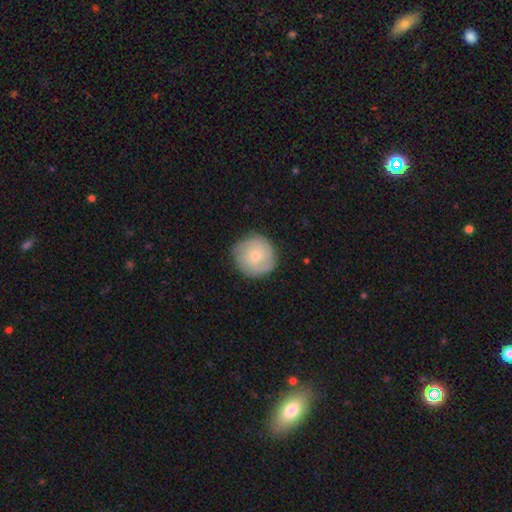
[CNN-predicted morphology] Smooth or featured? featured or disk (49%)
Merging? none (84%)